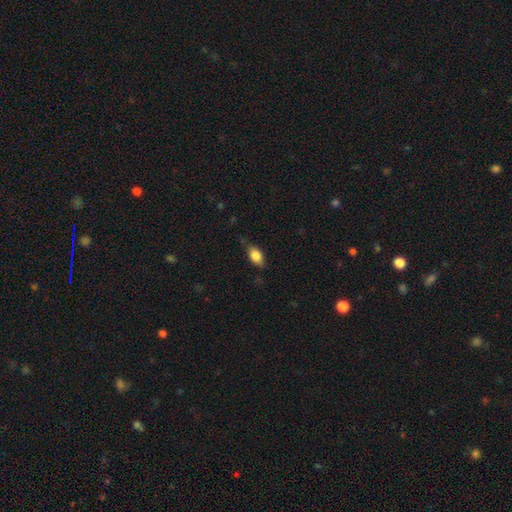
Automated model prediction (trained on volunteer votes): smooth-or-featured: smooth: 84% | featured or disk: 9% | star or artifact: 7%
  how-rounded: in between: 88% | round: 7% | cigar-shaped: 5%
  merging: none: 74% | minor disturbance: 20% | major disturbance: 5% | merger: 2%